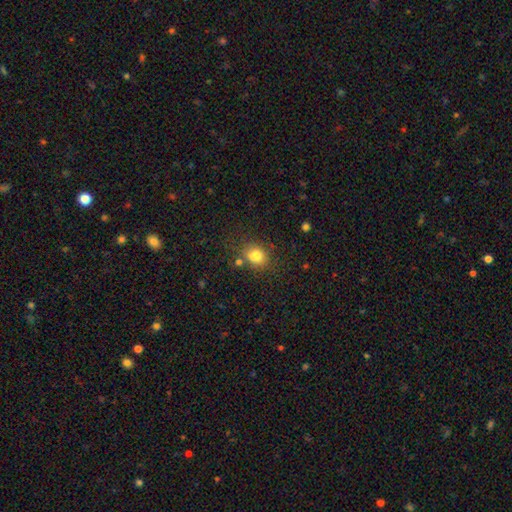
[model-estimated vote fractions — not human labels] smooth-or-featured: smooth: 78% | star or artifact: 13% | featured or disk: 9%
  how-rounded: round: 50% | in between: 49% | cigar-shaped: 1%
  merging: none: 62% | minor disturbance: 17% | merger: 16% | major disturbance: 6%